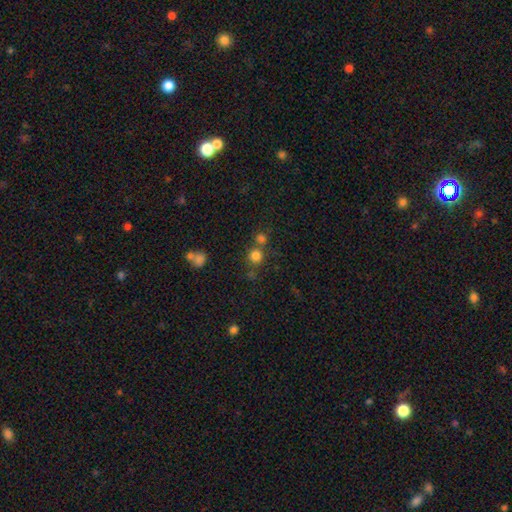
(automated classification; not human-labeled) Smooth or featured?
  - smooth: 78% *
  - star or artifact: 16%
  - featured or disk: 6%
How rounded?
  - round: 91% *
  - in between: 8%
  - cigar-shaped: 1%
Merging?
  - none: 64% *
  - merger: 25%
  - minor disturbance: 8%
  - major disturbance: 4%